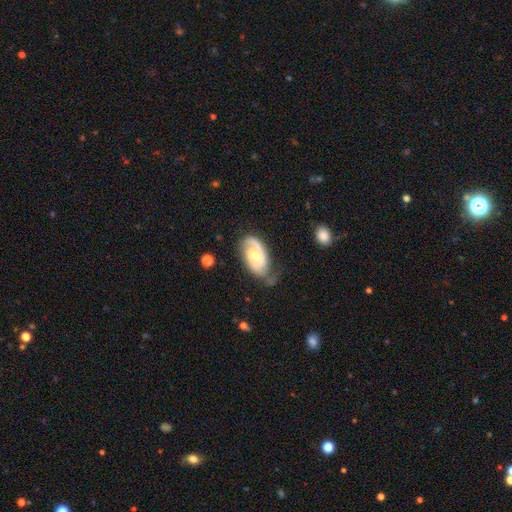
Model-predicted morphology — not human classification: featured or disk 76%, smooth 19%, star or artifact 5%. Down the decision tree: edge-on disk — no (96%); bar — weak (48%); spiral arms — yes (91%); spiral arm count — 2 (56%); spiral winding — tight (43%); bulge size — moderate (51%); merging — none (50%).